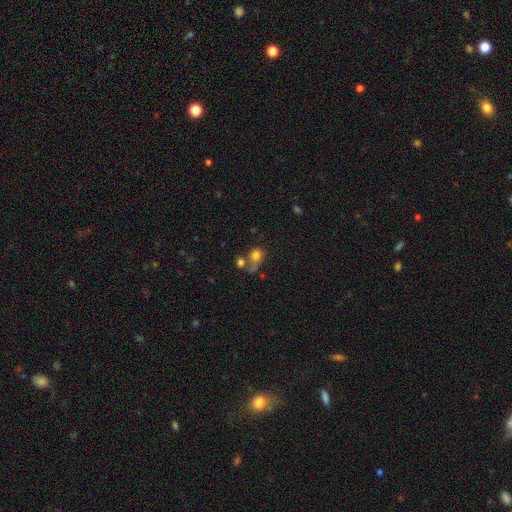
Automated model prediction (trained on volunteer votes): Smooth or featured?
  - smooth: 76% *
  - star or artifact: 13%
  - featured or disk: 11%
How rounded?
  - round: 72% *
  - in between: 26%
  - cigar-shaped: 1%
Merging?
  - merger: 39% *
  - none: 36%
  - major disturbance: 13%
  - minor disturbance: 12%